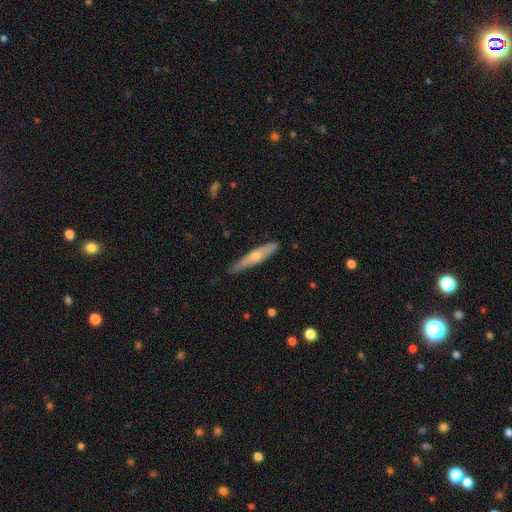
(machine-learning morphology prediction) This appears to be a featured or disk galaxy (48%). Merging: none (79%).